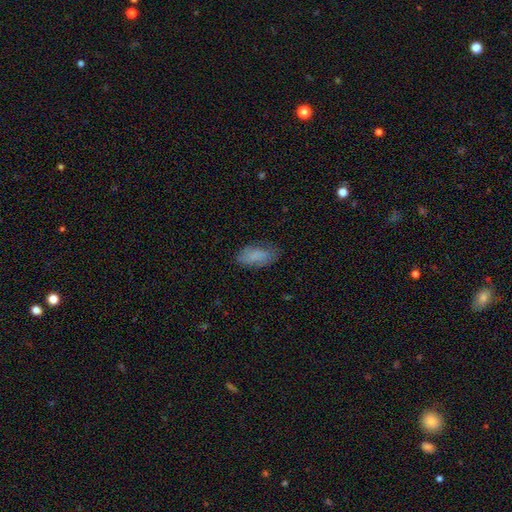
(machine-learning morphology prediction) A smooth galaxy with no disk features (78%) that is in between round and cigar-shaped (90%).

Vote fractions:
- Smooth or featured? smooth: 78% / featured or disk: 13% / star or artifact: 8%
- How rounded? in between: 90% / cigar-shaped: 7% / round: 3%
- Merging? none: 69% / minor disturbance: 23% / major disturbance: 7% / merger: 1%